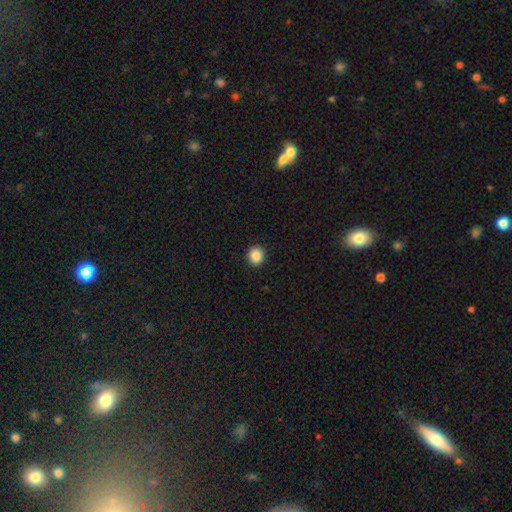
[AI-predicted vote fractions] The model was most divided on "how rounded": round: 85%, in between: 14%, cigar-shaped: 1%. More confident: merging — none (93%); smooth or featured — smooth (87%).